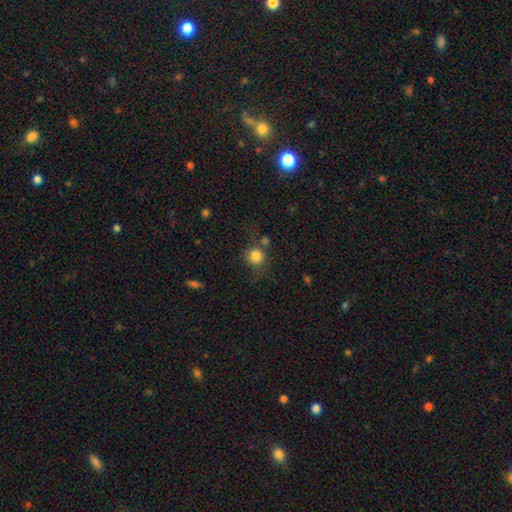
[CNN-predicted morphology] Smooth or featured?
  - smooth: 81% *
  - star or artifact: 11%
  - featured or disk: 8%
How rounded?
  - round: 89% *
  - in between: 10%
  - cigar-shaped: 1%
Merging?
  - none: 67% *
  - minor disturbance: 15%
  - merger: 10%
  - major disturbance: 8%